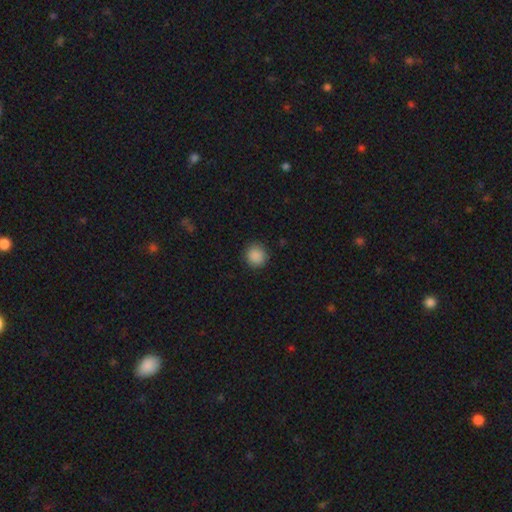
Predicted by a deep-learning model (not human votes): smooth 89%, star or artifact 9%, featured or disk 3%. Down the decision tree: how rounded — round (92%); merging — none (90%).